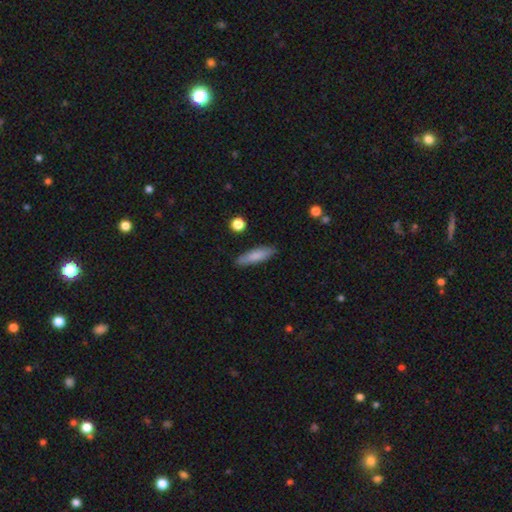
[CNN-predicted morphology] smooth_or_featured: smooth (p=0.79) [alt: featured or disk p=0.14]
how_rounded: cigar-shaped (p=0.71) [alt: in between p=0.27]
merging: none (p=0.87) [alt: minor disturbance p=0.10]